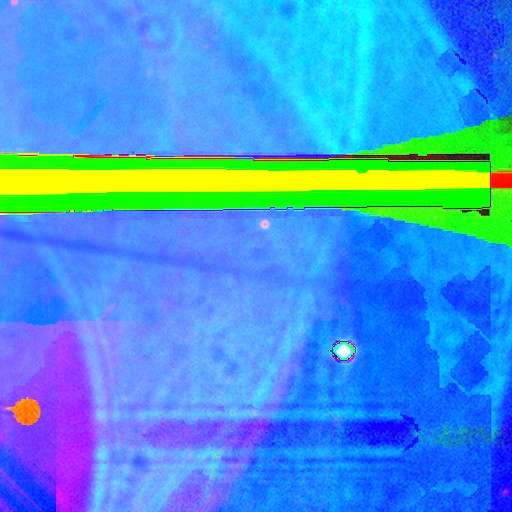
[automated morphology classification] Smooth or featured?
  - star or artifact: 85% *
  - featured or disk: 9%
  - smooth: 7%